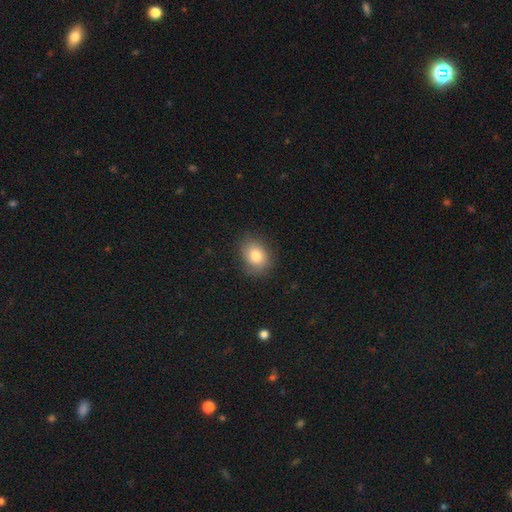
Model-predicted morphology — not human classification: Smooth or featured? smooth (80%)
How rounded? in between (54%)
Merging? none (78%)